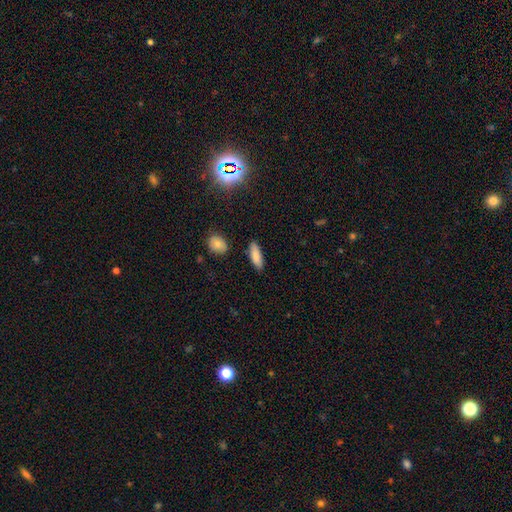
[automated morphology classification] Smooth or featured?
  - smooth: 84% *
  - featured or disk: 8%
  - star or artifact: 8%
How rounded?
  - in between: 60% *
  - cigar-shaped: 38%
  - round: 2%
Merging?
  - none: 86% *
  - minor disturbance: 9%
  - major disturbance: 2%
  - merger: 2%